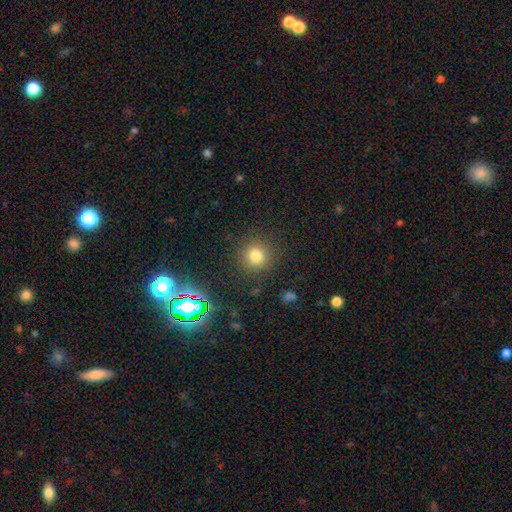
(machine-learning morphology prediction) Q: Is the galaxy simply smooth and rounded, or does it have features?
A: smooth — 77%.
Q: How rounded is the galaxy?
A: round — 93%.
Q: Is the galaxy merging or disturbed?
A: none — 88%.